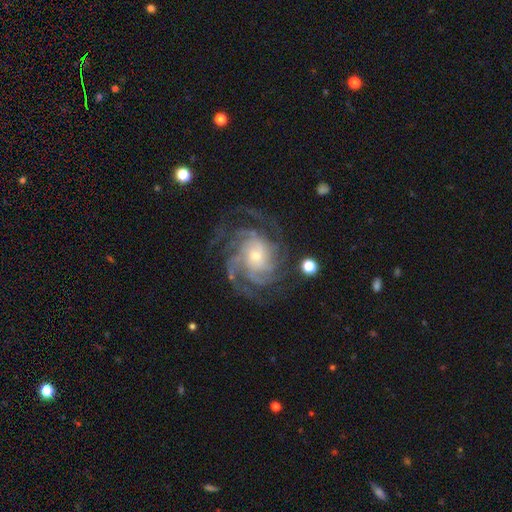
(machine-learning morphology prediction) Q: Smooth or featured?
A: featured or disk (90%); runner-up: star or artifact (6%)
Q: Edge-on disk?
A: no (98%); runner-up: yes (2%)
Q: Bar?
A: no (69%); runner-up: weak (25%)
Q: Spiral arms?
A: yes (98%); runner-up: no (2%)
Q: Spiral winding?
A: tight (55%); runner-up: medium (37%)
Q: Spiral arm count?
A: 4 (33%); runner-up: 3 (21%)
Q: Bulge size?
A: small (57%); runner-up: moderate (33%)
Q: Merging?
A: none (70%); runner-up: minor disturbance (15%)